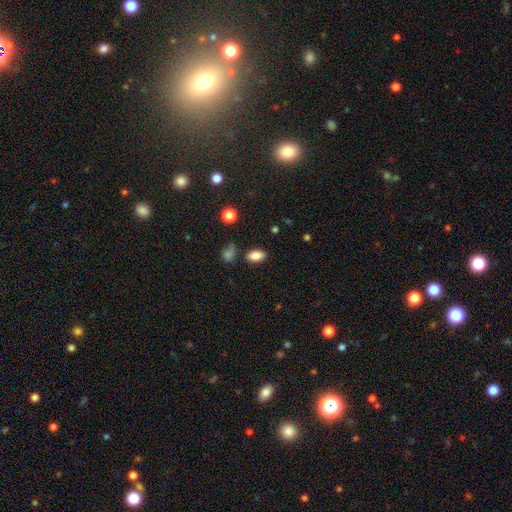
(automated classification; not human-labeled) This appears to be a smooth galaxy with no disk features (85%) that is in between round and cigar-shaped (89%). Merging: none (81%).